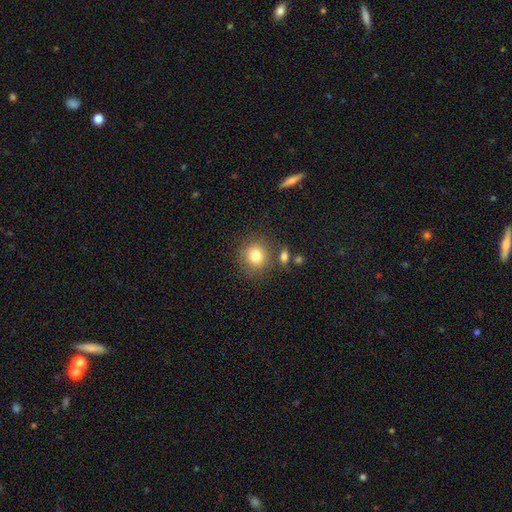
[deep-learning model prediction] A smooth galaxy with no disk features (81%) that is round (88%). Merging: none (78%).